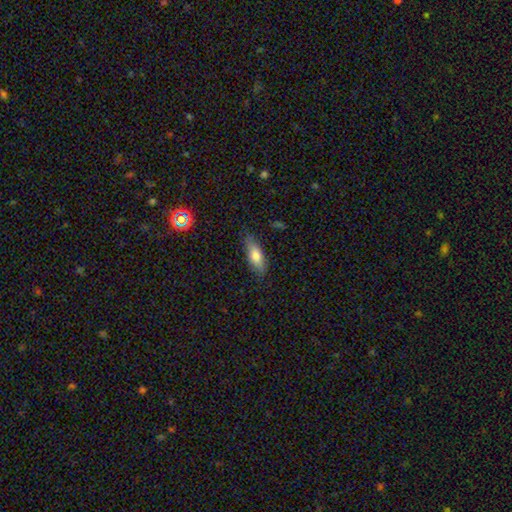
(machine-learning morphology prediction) A smooth galaxy with no disk features (74%) that is in between round and cigar-shaped (66%).

Vote fractions:
- Smooth or featured? smooth: 74% / featured or disk: 19% / star or artifact: 7%
- How rounded? in between: 66% / cigar-shaped: 31% / round: 2%
- Merging? none: 80% / minor disturbance: 16% / major disturbance: 3% / merger: 1%